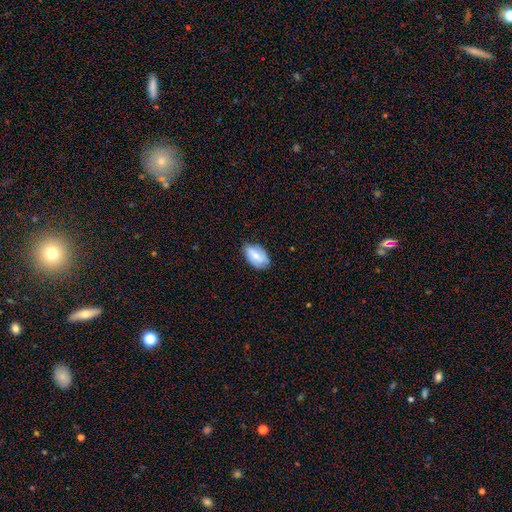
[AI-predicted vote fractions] smooth_or_featured: smooth (p=0.63) [alt: featured or disk p=0.30]
how_rounded: in between (p=0.91) [alt: round p=0.07]
merging: none (p=0.72) [alt: minor disturbance p=0.23]